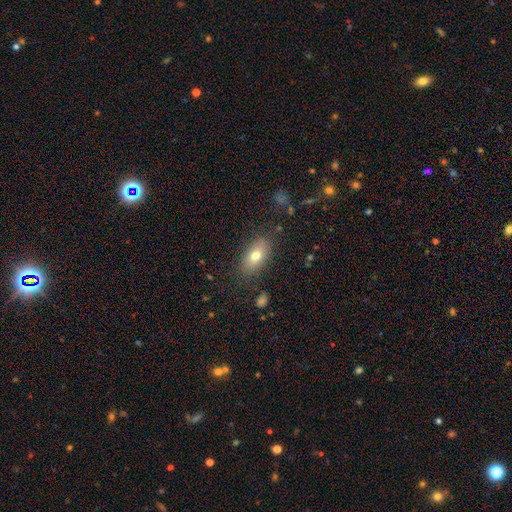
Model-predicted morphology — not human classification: type=smooth (74%); roundness=in between (87%); merging=none (81%).